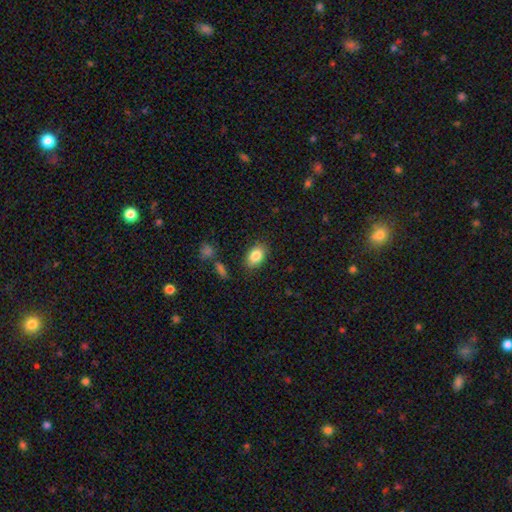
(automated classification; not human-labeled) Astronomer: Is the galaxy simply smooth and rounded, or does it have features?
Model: smooth — 85%.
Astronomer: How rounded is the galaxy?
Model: in between — 86%.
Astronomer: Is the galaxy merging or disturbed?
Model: none — 84%.